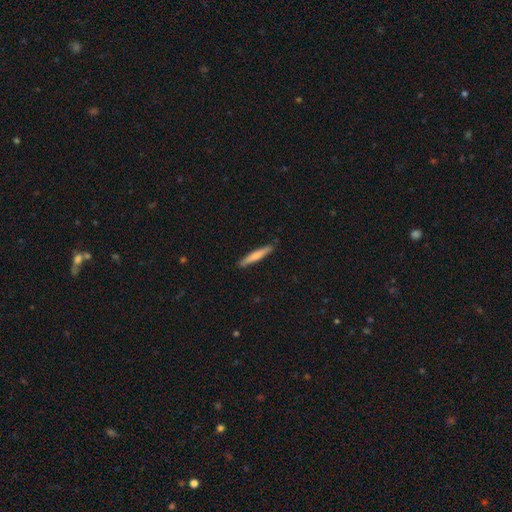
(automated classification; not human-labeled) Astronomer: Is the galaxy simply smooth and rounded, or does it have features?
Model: smooth — 70%.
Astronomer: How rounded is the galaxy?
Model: cigar-shaped — 94%.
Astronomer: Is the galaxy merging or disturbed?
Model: none — 88%.